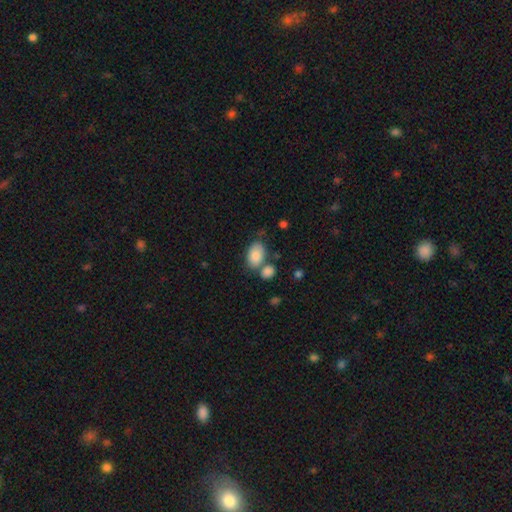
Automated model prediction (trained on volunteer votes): smooth_or_featured: smooth (p=0.85) [alt: featured or disk p=0.08]
how_rounded: in between (p=0.90) [alt: round p=0.09]
merging: none (p=0.54) [alt: merger p=0.25]